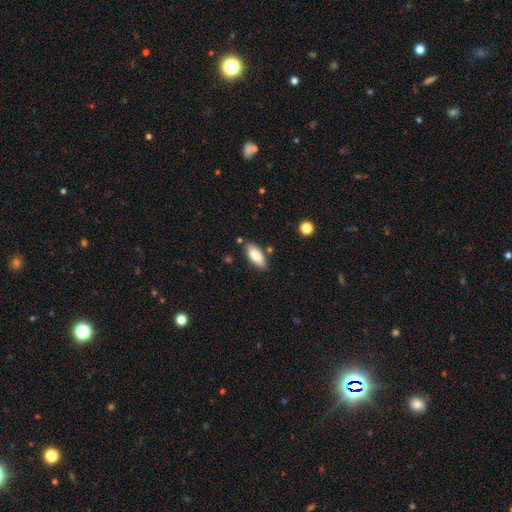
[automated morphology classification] smooth 80%, featured or disk 14%, star or artifact 6%. Down the decision tree: how rounded — in between (83%); merging — none (82%).